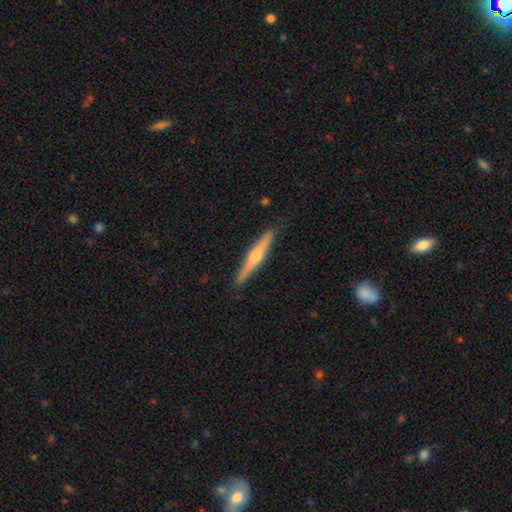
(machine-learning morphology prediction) The model was most divided on "smooth or featured": featured or disk: 63%, smooth: 31%, star or artifact: 5%. More confident: edge-on disk — yes (98%); merging — none (90%); edge-on bulge — rounded (84%).